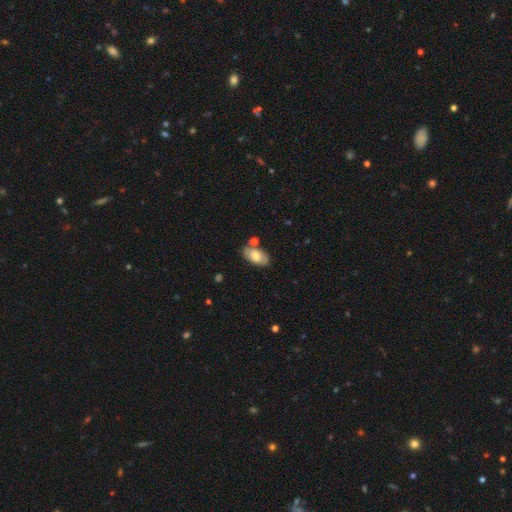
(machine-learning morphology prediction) Overall: smooth (72%). How rounded: in between (93%). Merging: none (71%).